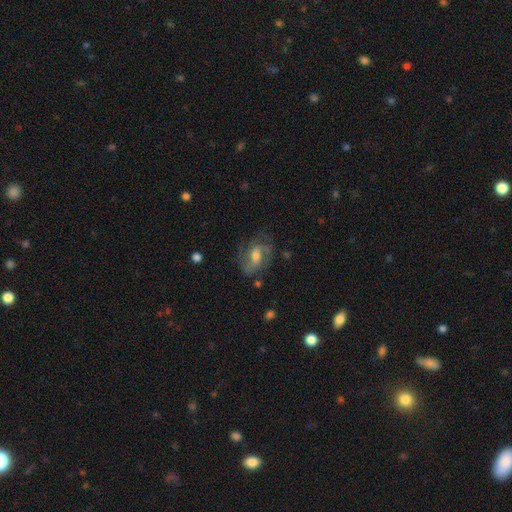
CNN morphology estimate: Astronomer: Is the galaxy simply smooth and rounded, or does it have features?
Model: featured or disk — 72%.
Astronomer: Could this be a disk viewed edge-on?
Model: no — 96%.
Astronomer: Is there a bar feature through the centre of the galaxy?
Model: weak — 50% (runner-up: no, 30%).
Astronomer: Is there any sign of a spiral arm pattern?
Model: yes — 89%.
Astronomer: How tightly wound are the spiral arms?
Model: medium — 49% (runner-up: tight, 29%).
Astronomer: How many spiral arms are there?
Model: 2 — 59%.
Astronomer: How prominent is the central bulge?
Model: moderate — 52%.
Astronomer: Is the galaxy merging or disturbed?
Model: none — 65%.